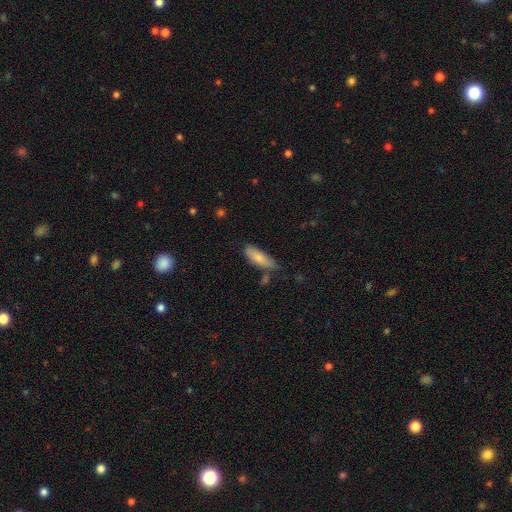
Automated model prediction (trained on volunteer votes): This appears to be a smooth galaxy with no disk features (76%) that is in between round and cigar-shaped (50%). Merging: none (65%).